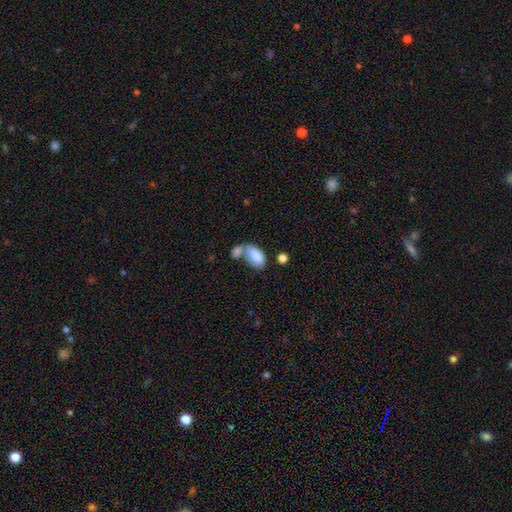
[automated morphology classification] This appears to be a smooth galaxy with no disk features (80%) that is in between round and cigar-shaped (91%). Merging: merger (56%).